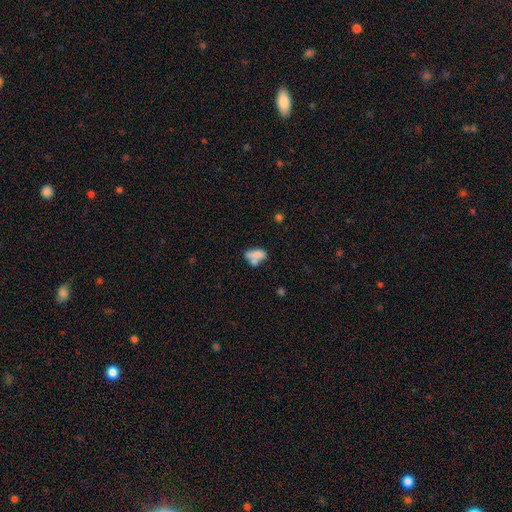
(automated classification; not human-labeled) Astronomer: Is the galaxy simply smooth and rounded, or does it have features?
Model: smooth — 70%.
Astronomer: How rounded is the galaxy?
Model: in between — 84%.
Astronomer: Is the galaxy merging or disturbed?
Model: merger — 41% (runner-up: none, 34%).